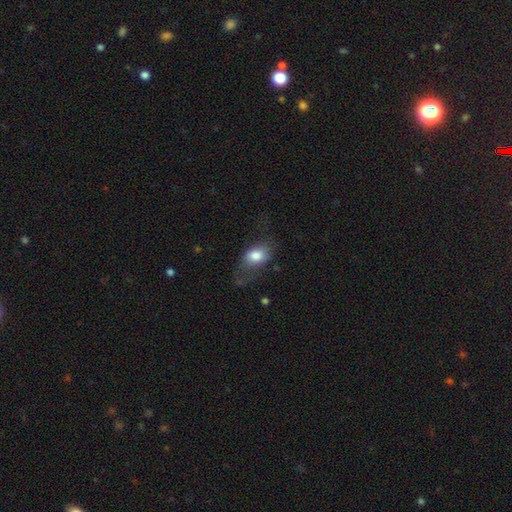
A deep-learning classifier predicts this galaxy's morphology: smooth 77%, featured or disk 15%, star or artifact 8%. Down the decision tree: how rounded — in between (77%); merging — none (44%).